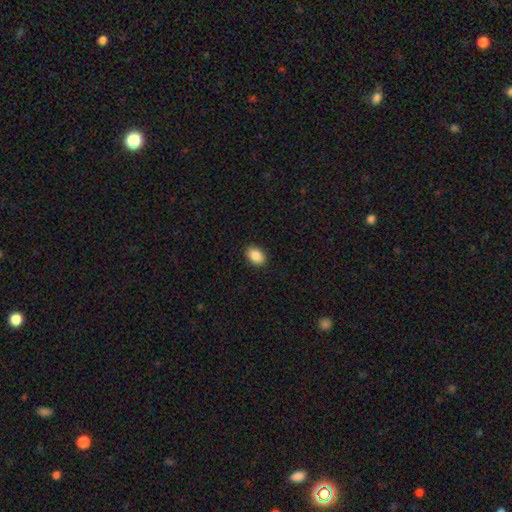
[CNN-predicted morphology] This is clearly a smooth galaxy (88%). How rounded: clearly in between (85%). Merging: clearly none (90%).